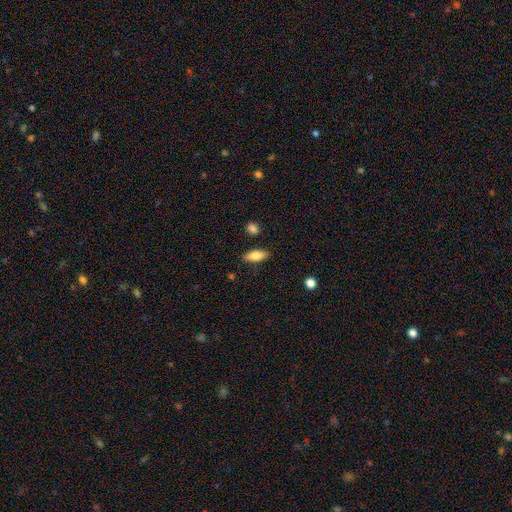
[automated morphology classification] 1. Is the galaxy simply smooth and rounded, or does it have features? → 78% smooth, 15% featured or disk, 7% star or artifact.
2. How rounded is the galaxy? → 78% in between, 19% cigar-shaped, 3% round.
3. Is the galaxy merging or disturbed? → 84% none, 11% minor disturbance, 2% merger, 2% major disturbance.